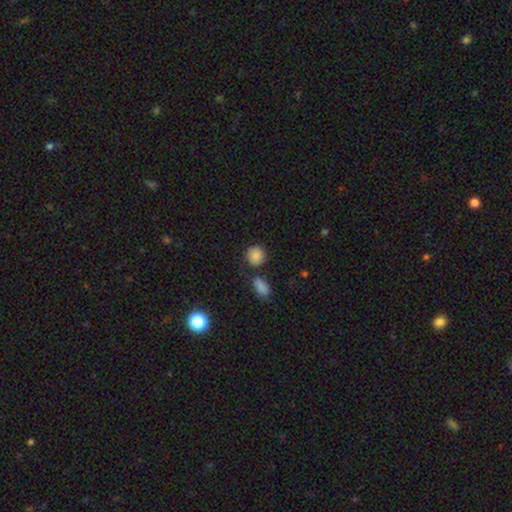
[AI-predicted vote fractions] The model was most divided on "merging": none: 71%, minor disturbance: 14%, merger: 11%, major disturbance: 4%. More confident: smooth or featured — smooth (85%); how rounded — round (81%).